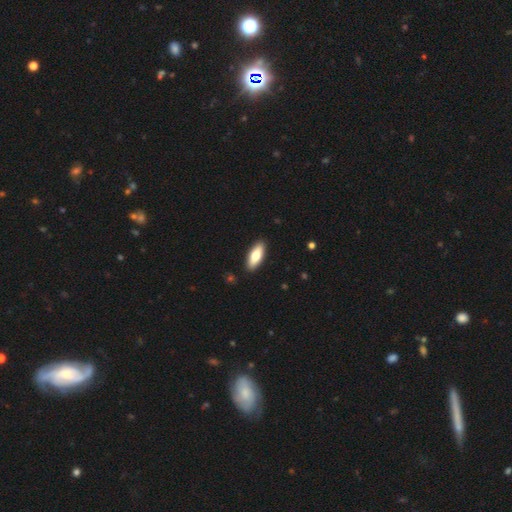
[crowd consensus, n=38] Smooth or featured? 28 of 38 (74%) said smooth. How rounded? 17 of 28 (61%) said in between. Merging? 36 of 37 (97%) said none.